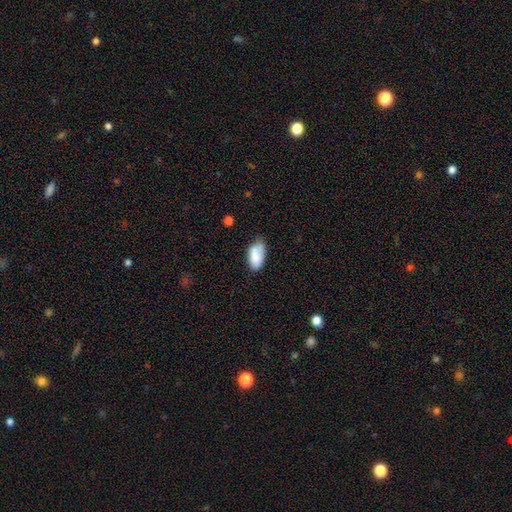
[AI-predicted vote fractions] A smooth galaxy with no disk features (82%) that is in between round and cigar-shaped (93%). Merging: none (56%).